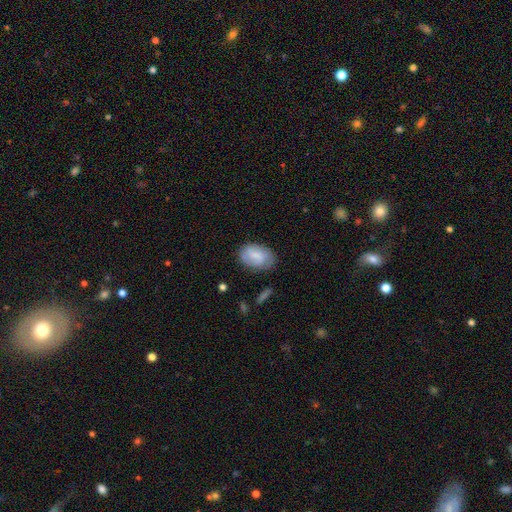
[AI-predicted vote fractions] smooth 64%, featured or disk 29%, star or artifact 7%. Down the decision tree: how rounded — in between (86%); merging — none (70%).